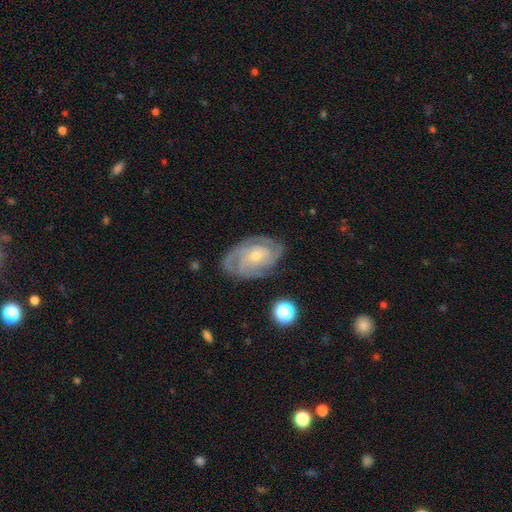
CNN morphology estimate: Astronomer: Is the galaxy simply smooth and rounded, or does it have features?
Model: featured or disk — 87%.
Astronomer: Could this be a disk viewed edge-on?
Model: no — 97%.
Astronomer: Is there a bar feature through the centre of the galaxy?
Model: no — 69%.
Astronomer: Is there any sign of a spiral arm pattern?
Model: yes — 97%.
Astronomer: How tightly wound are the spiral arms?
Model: tight — 68%.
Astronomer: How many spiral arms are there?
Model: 3 — 36% (runner-up: 2, 25%).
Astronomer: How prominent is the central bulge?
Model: small — 59% (runner-up: moderate, 36%).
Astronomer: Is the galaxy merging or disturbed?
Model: none — 78%.